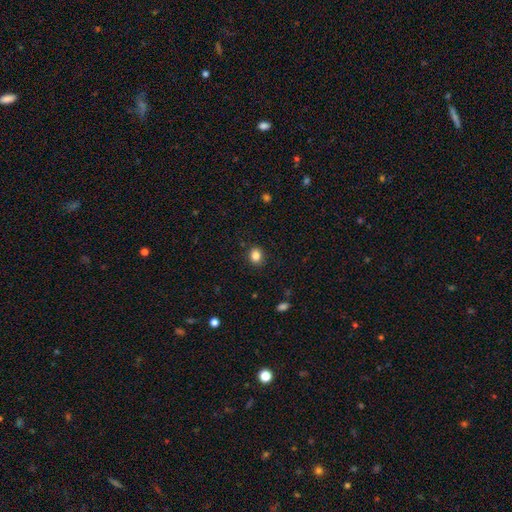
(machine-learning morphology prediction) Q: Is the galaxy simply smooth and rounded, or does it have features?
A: smooth — 85%.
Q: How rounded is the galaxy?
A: round — 65%.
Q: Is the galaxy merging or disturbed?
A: none — 89%.